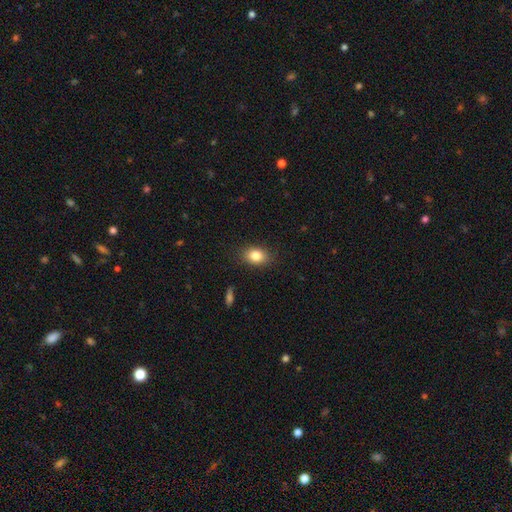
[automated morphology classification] Smooth or featured?
  - smooth: 84% *
  - star or artifact: 9%
  - featured or disk: 8%
How rounded?
  - in between: 76% *
  - round: 23%
  - cigar-shaped: 1%
Merging?
  - none: 86% *
  - minor disturbance: 10%
  - major disturbance: 3%
  - merger: 1%